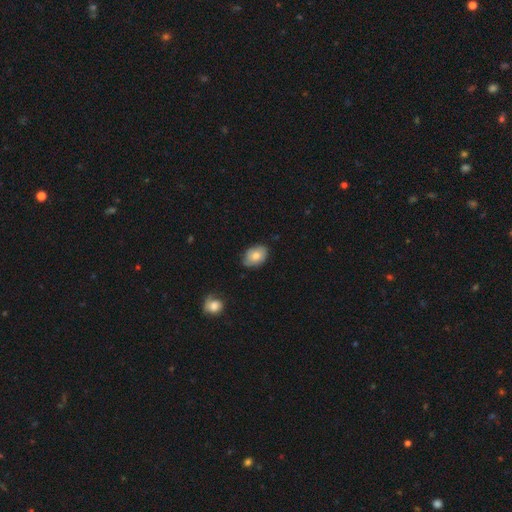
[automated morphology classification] type=smooth (74%); roundness=in between (81%); merging=none (72%).